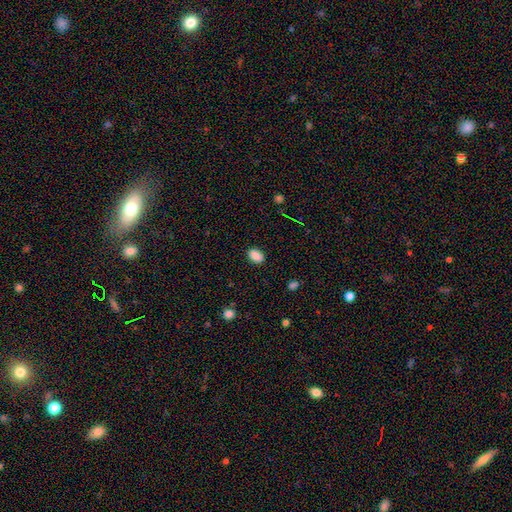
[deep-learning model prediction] Overall: smooth (87%). How rounded: in between (85%). Merging: none (87%).